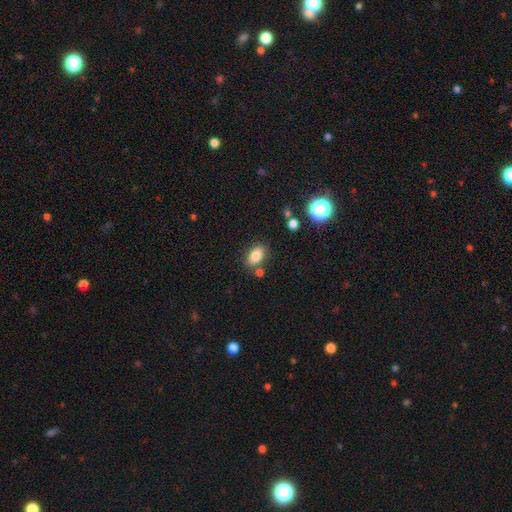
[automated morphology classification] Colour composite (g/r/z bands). It shows a smooth galaxy with no disk features (83%) that is in between round and cigar-shaped (88%). Merging: none (74%).